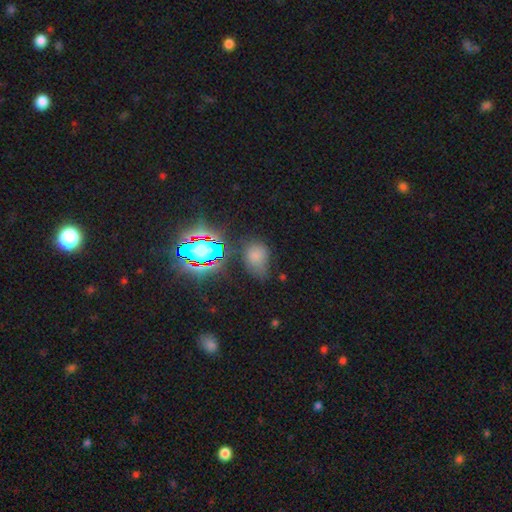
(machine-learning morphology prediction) Overall: smooth (64%; star or artifact 26%). How rounded: in between (64%; round 35%). Merging: none (50%; minor disturbance 30%).